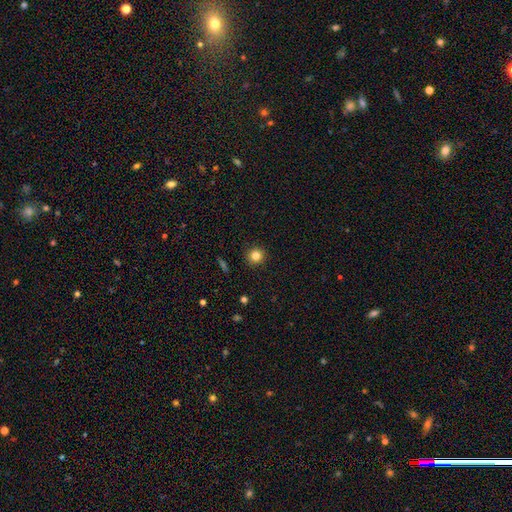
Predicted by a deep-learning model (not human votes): Smooth or featured?
  - smooth: 82% *
  - star or artifact: 12%
  - featured or disk: 6%
How rounded?
  - round: 94% *
  - in between: 5%
  - cigar-shaped: 1%
Merging?
  - none: 92% *
  - minor disturbance: 5%
  - major disturbance: 2%
  - merger: 1%